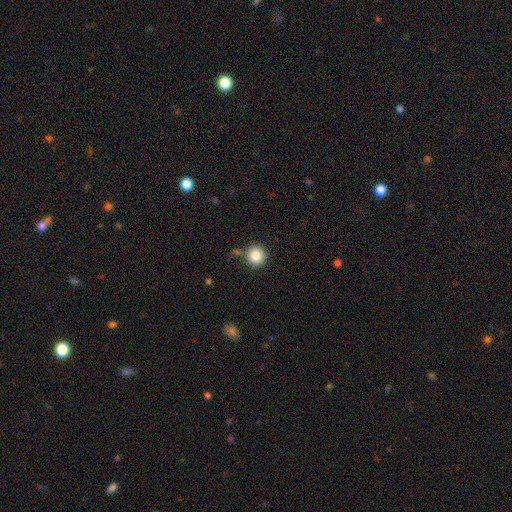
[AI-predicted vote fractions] A smooth galaxy with no disk features (86%) that is round (94%).

Vote fractions:
- Smooth or featured? smooth: 86% / star or artifact: 10% / featured or disk: 5%
- How rounded? round: 94% / in between: 5% / cigar-shaped: 1%
- Merging? none: 80% / minor disturbance: 10% / merger: 6% / major disturbance: 3%